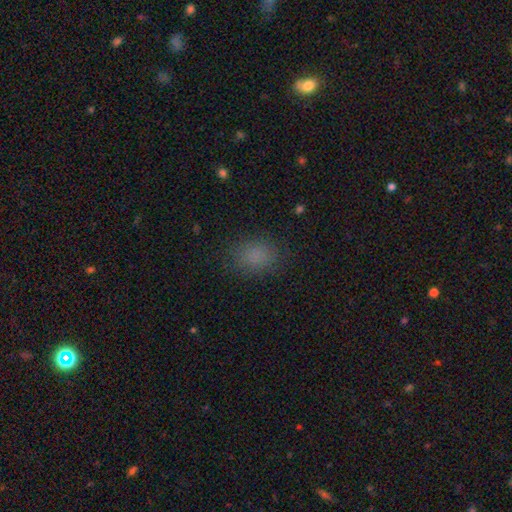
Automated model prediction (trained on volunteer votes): Smooth or featured?
  - smooth: 83% *
  - star or artifact: 13%
  - featured or disk: 5%
How rounded?
  - in between: 63% *
  - round: 36%
  - cigar-shaped: 1%
Merging?
  - none: 83% *
  - minor disturbance: 12%
  - major disturbance: 4%
  - merger: 1%